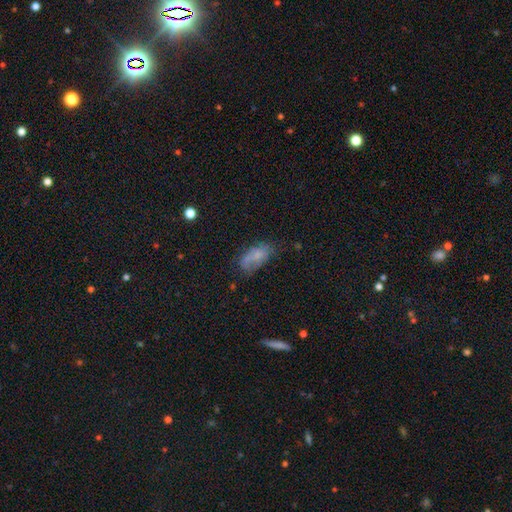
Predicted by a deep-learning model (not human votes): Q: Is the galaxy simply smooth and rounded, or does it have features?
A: smooth — 63%.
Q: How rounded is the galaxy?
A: in between — 89%.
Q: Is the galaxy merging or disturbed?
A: none — 47%.